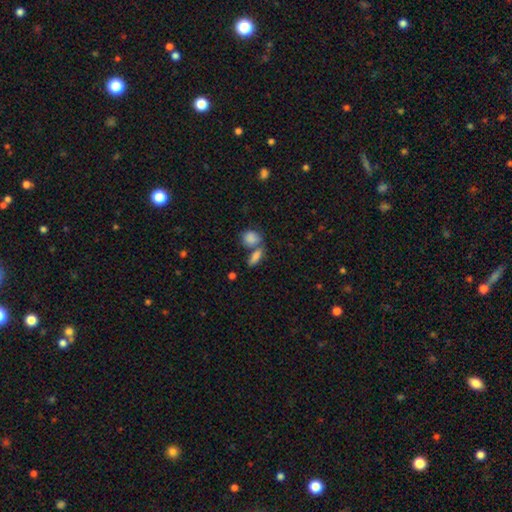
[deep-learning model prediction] Smooth or featured?
  - smooth: 81% *
  - featured or disk: 10%
  - star or artifact: 9%
How rounded?
  - in between: 71% *
  - cigar-shaped: 17%
  - round: 13%
Merging?
  - none: 45% *
  - merger: 41%
  - minor disturbance: 10%
  - major disturbance: 4%